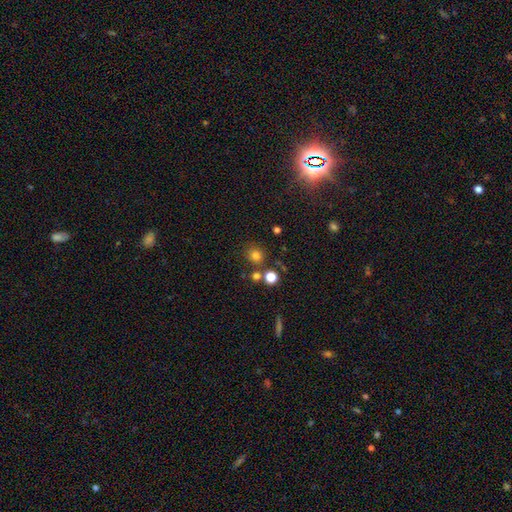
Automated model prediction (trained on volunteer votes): smooth-or-featured: smooth: 77% | star or artifact: 17% | featured or disk: 7%
  how-rounded: round: 88% | in between: 11% | cigar-shaped: 1%
  merging: none: 76% | merger: 12% | minor disturbance: 9% | major disturbance: 4%